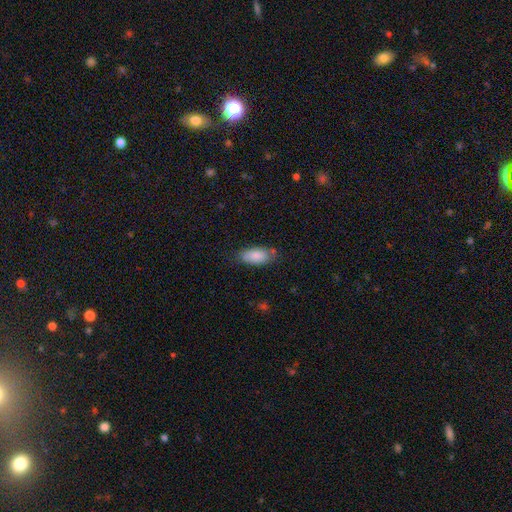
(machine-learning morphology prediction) smooth 86%, featured or disk 8%, star or artifact 6%. Down the decision tree: how rounded — in between (89%); merging — none (71%).